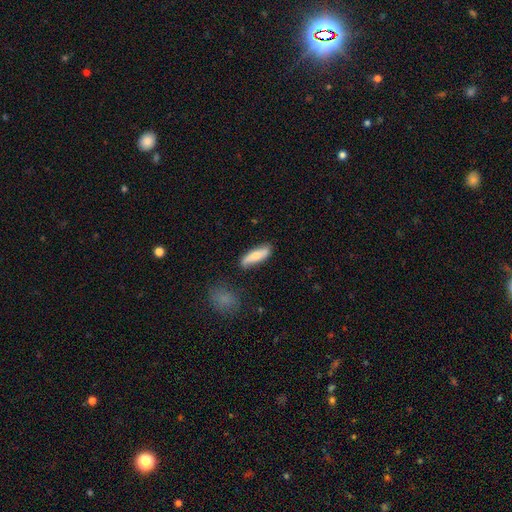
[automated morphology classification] A smooth galaxy with no disk features (71%) that is cigar-shaped (54%).

Vote fractions:
- Smooth or featured? smooth: 71% / featured or disk: 23% / star or artifact: 6%
- How rounded? cigar-shaped: 54% / in between: 43% / round: 2%
- Merging? none: 79% / minor disturbance: 15% / merger: 3% / major disturbance: 3%